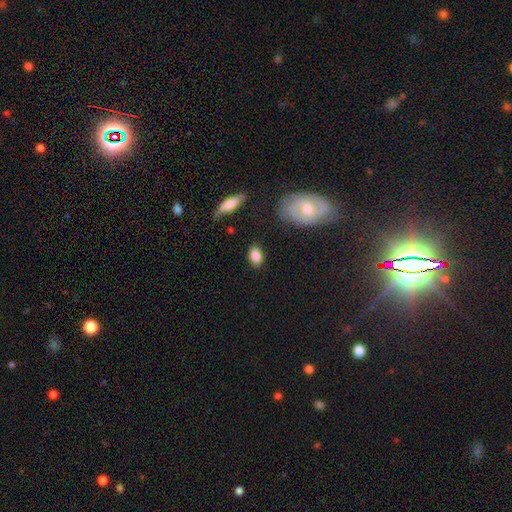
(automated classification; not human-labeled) A smooth galaxy with no disk features (84%) that is in between round and cigar-shaped (82%). Merging: none (80%).